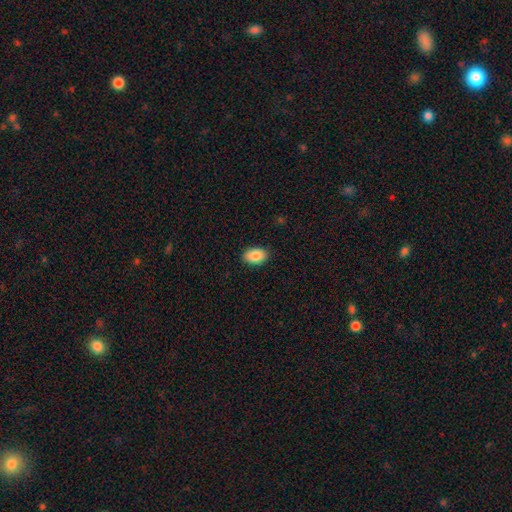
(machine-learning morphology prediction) Smooth or featured? smooth (88%)
How rounded? in between (90%)
Merging? none (89%)